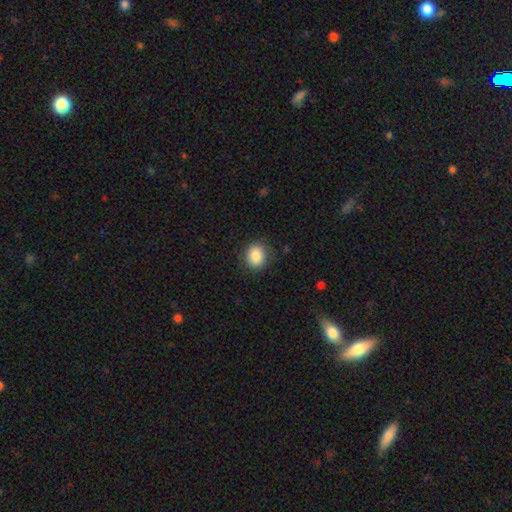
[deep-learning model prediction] smooth-or-featured: smooth: 85% | star or artifact: 8% | featured or disk: 6%
  how-rounded: round: 58% | in between: 41% | cigar-shaped: 1%
  merging: none: 86% | minor disturbance: 10% | major disturbance: 3% | merger: 1%